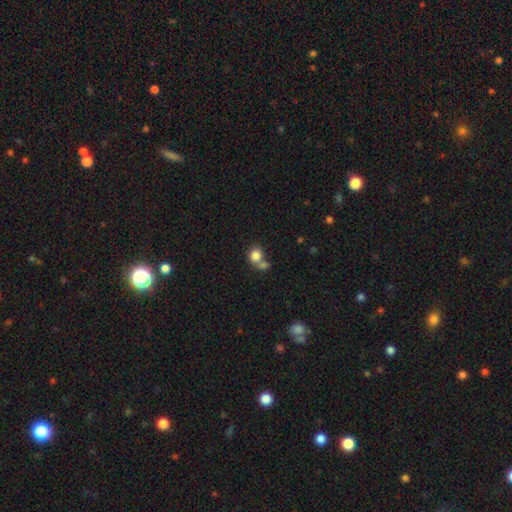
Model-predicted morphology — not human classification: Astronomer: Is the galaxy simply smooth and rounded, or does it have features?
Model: smooth — 82%.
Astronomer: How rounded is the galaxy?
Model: round — 71%.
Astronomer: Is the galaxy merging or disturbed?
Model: merger — 46% (runner-up: none, 38%).